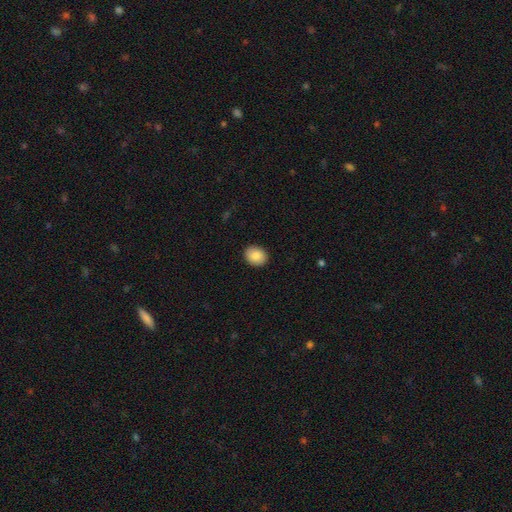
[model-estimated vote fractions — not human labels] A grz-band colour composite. It shows a smooth galaxy with no disk features (86%) that is round (59%). Merging: none (91%).